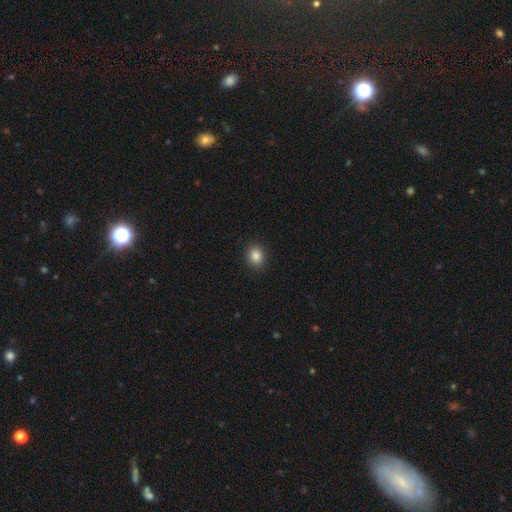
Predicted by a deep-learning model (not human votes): A smooth galaxy with no disk features (86%) that is round (69%). Merging: none (90%).